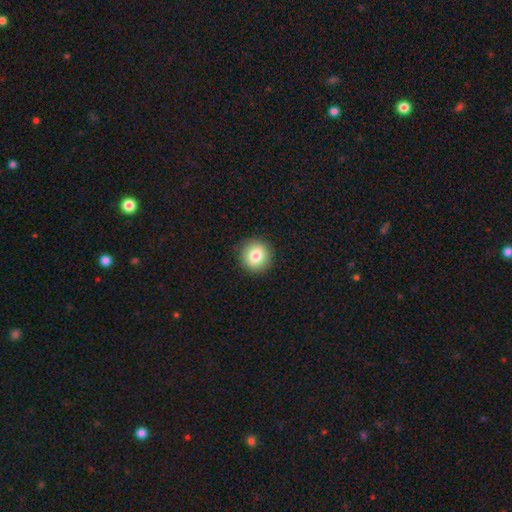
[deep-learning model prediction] Smooth or featured: smooth — 81% (star or artifact — 9%)
How rounded: round — 93% (in between — 6%)
Merging: none — 92% (minor disturbance — 6%)